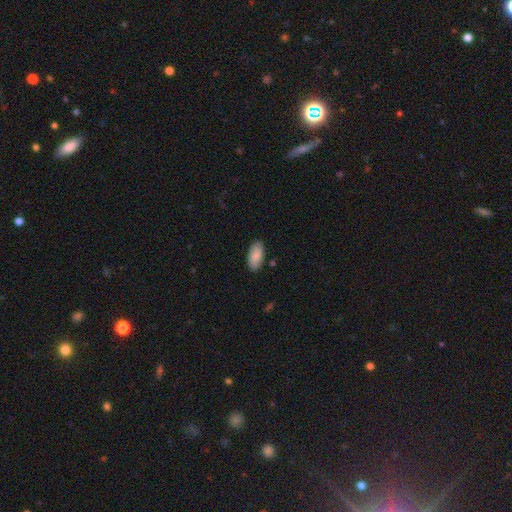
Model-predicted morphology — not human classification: Smooth or featured?
  - smooth: 86% *
  - featured or disk: 8%
  - star or artifact: 6%
How rounded?
  - in between: 92% *
  - cigar-shaped: 6%
  - round: 2%
Merging?
  - none: 85% *
  - minor disturbance: 11%
  - major disturbance: 2%
  - merger: 1%